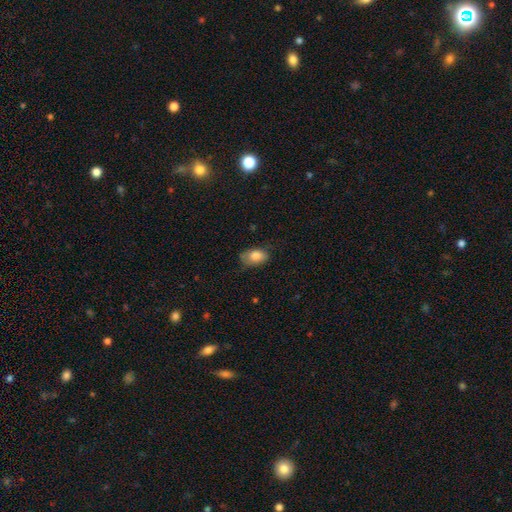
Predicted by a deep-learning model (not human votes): smooth 80%, featured or disk 12%, star or artifact 7%. Down the decision tree: how rounded — in between (88%); merging — none (60%).